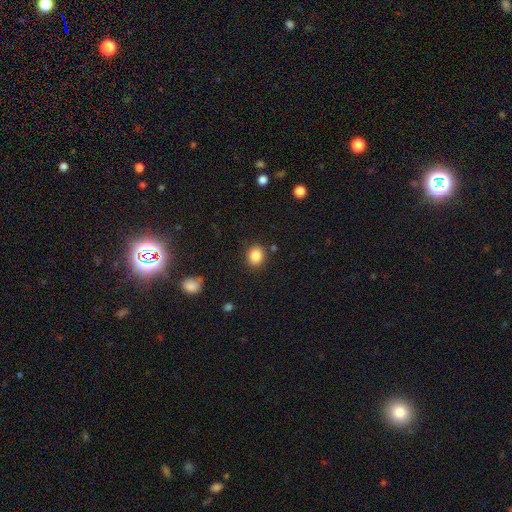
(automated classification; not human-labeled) smooth 86%, star or artifact 9%, featured or disk 5%. Down the decision tree: how rounded — round (65%); merging — none (86%).